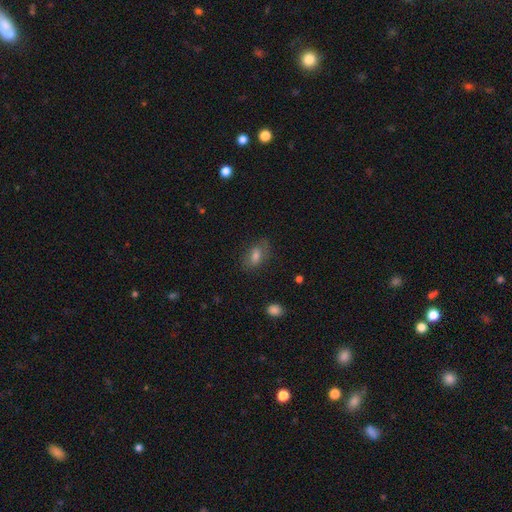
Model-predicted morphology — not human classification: A smooth galaxy with no disk features (66%) that is in between round and cigar-shaped (83%). Merging: none (74%).